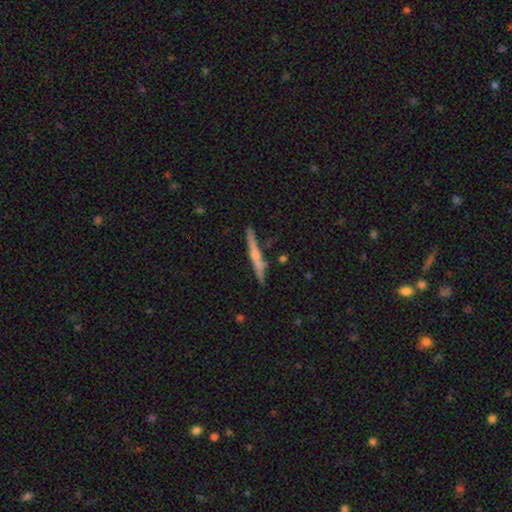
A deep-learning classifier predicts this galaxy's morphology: Q: Smooth or featured?
A: featured or disk (57%); runner-up: smooth (37%)
Q: Edge-on disk?
A: yes (97%); runner-up: no (3%)
Q: Edge-on bulge?
A: rounded (60%); runner-up: none (31%)
Q: Merging?
A: none (80%); runner-up: minor disturbance (12%)